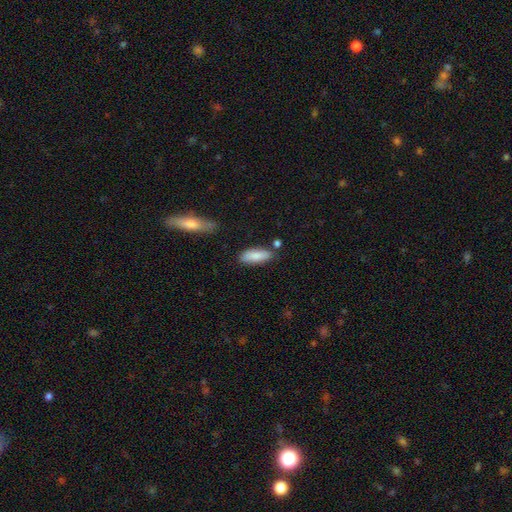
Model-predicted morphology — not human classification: This appears to be a smooth galaxy with no disk features (84%) that is in between round and cigar-shaped (68%). Merging: none (76%).